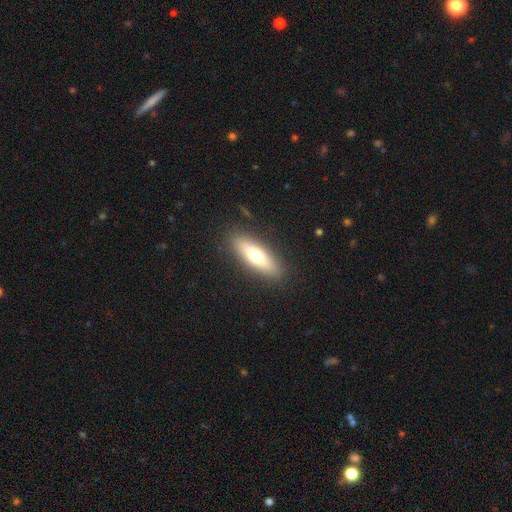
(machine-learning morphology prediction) smooth-or-featured: smooth: 62% | featured or disk: 32% | star or artifact: 7%
  how-rounded: cigar-shaped: 51% | in between: 46% | round: 3%
  merging: none: 88% | minor disturbance: 8% | major disturbance: 3% | merger: 1%